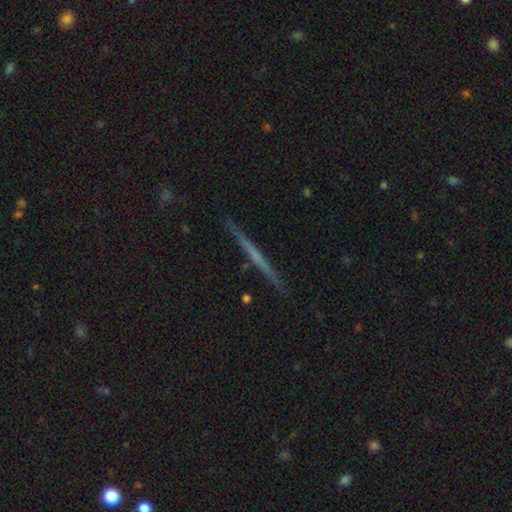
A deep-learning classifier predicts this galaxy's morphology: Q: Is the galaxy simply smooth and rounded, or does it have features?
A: featured or disk — 61%.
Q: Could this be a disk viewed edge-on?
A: yes — 98%.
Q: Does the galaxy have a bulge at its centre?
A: none — 86%.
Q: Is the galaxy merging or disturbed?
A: none — 92%.